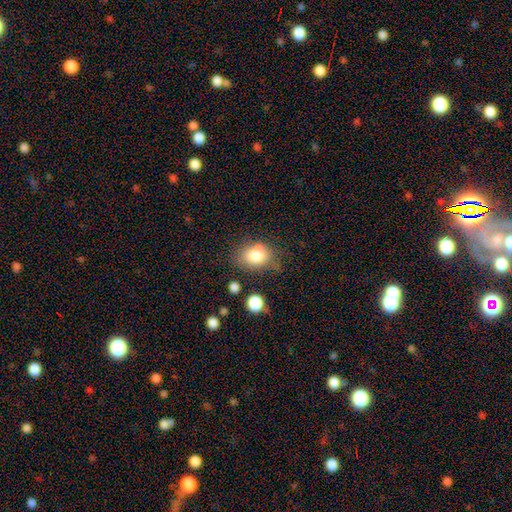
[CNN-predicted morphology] A smooth galaxy with no disk features (78%) that is in between round and cigar-shaped (59%). Merging: none (55%).